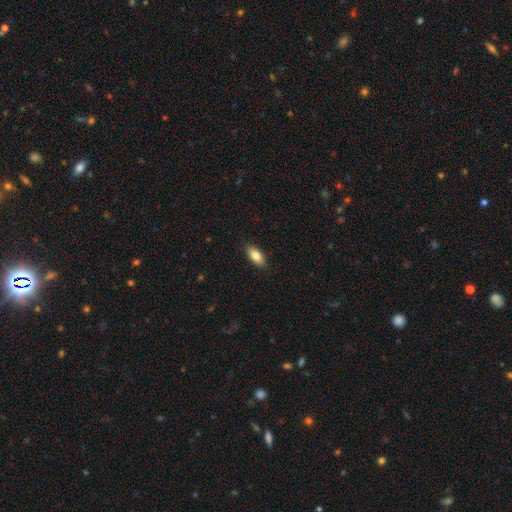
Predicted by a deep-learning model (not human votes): The model was most divided on "smooth or featured": smooth: 84%, featured or disk: 9%, star or artifact: 7%. More confident: how rounded — in between (89%); merging — none (88%).